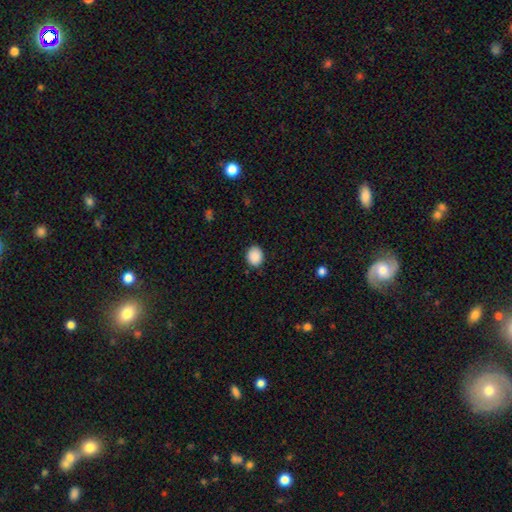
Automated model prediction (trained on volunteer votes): Overall: smooth (90%). How rounded: round (59%; in between 40%). Merging: none (87%).